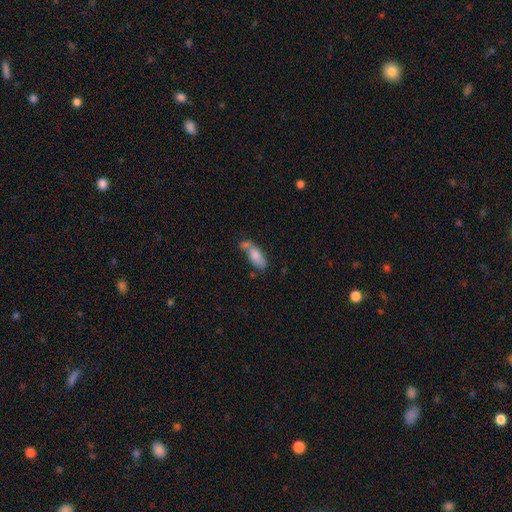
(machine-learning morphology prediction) Smooth or featured: smooth — 76% (featured or disk — 16%)
How rounded: in between — 77% (cigar-shaped — 20%)
Merging: none — 36% (merger — 35%)